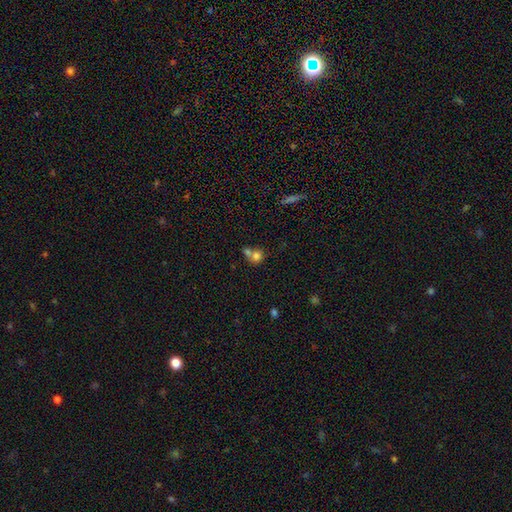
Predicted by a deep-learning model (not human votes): smooth 76%, featured or disk 13%, star or artifact 12%. Down the decision tree: how rounded — round (78%); merging — merger (55%).